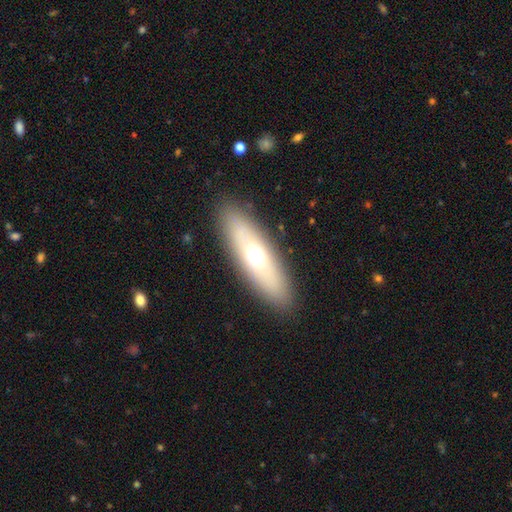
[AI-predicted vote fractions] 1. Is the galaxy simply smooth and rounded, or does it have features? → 59% smooth, 33% featured or disk, 8% star or artifact.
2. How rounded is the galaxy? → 50% in between, 47% cigar-shaped, 3% round.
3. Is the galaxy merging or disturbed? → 88% none, 8% minor disturbance, 3% major disturbance, 1% merger.